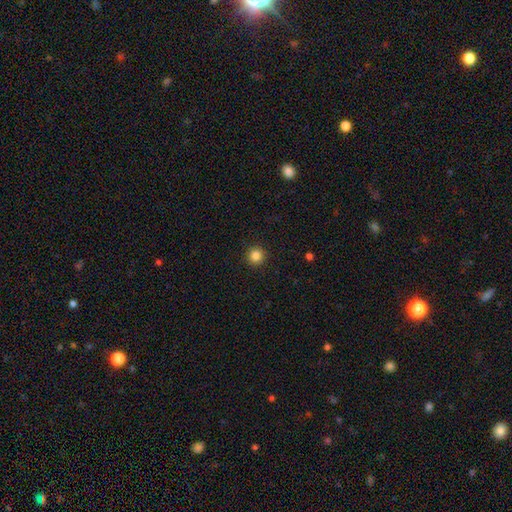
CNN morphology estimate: Q: Smooth or featured?
A: smooth (85%); runner-up: star or artifact (11%)
Q: How rounded?
A: round (96%); runner-up: in between (4%)
Q: Merging?
A: none (93%); runner-up: minor disturbance (5%)